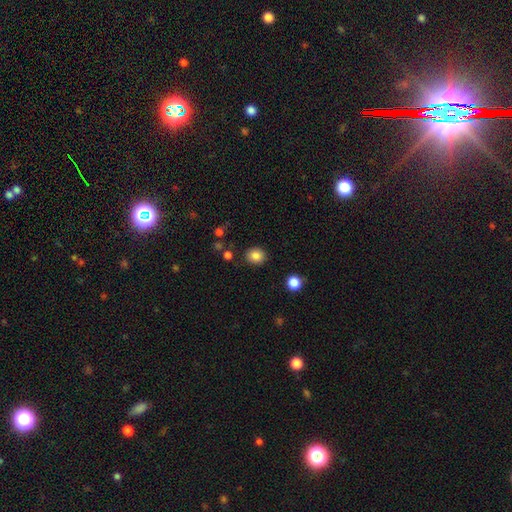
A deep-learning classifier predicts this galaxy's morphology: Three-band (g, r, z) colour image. It shows a smooth galaxy with no disk features (85%) that is round (74%). Merging: none (87%).